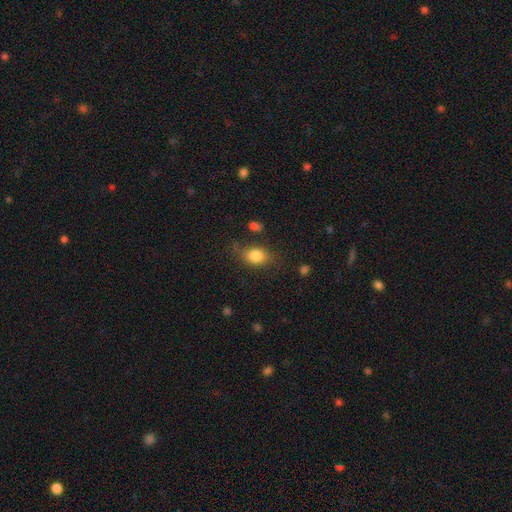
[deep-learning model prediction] A smooth galaxy with no disk features (82%) that is in between round and cigar-shaped (70%). Merging: none (70%).